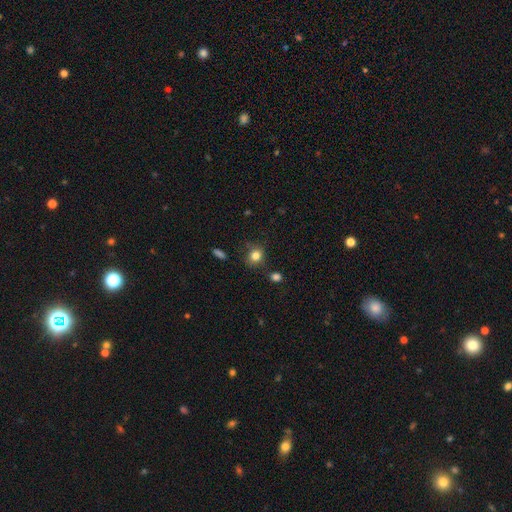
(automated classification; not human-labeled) smooth 82%, star or artifact 11%, featured or disk 7%. Down the decision tree: how rounded — round (71%); merging — none (74%).